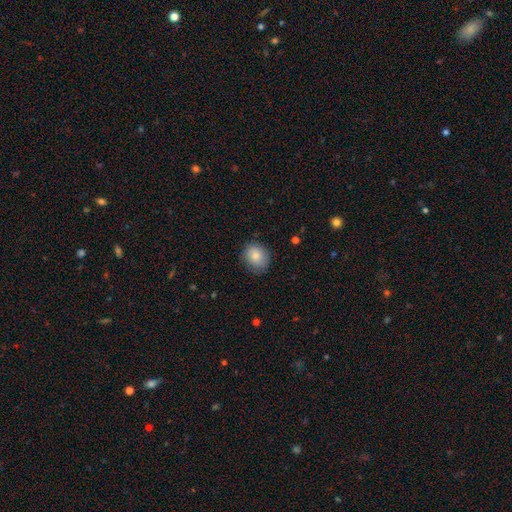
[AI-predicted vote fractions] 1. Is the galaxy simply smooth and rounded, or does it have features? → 84% smooth, 9% featured or disk, 8% star or artifact.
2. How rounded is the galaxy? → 63% round, 37% in between, 1% cigar-shaped.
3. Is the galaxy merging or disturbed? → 80% none, 15% minor disturbance, 3% major disturbance, 1% merger.